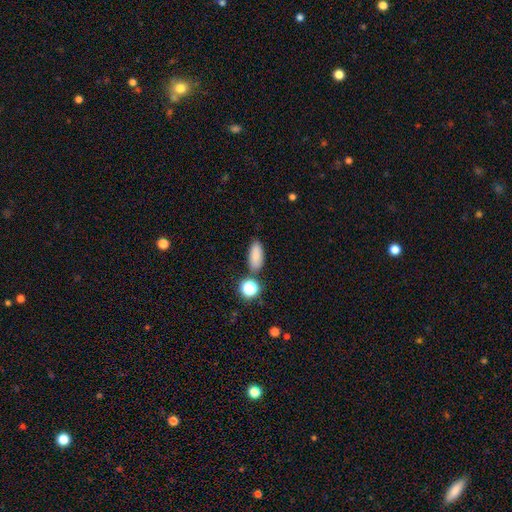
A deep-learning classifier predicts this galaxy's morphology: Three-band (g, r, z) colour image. It shows a smooth galaxy with no disk features (84%) that is in between round and cigar-shaped (83%). Merging: none (77%).